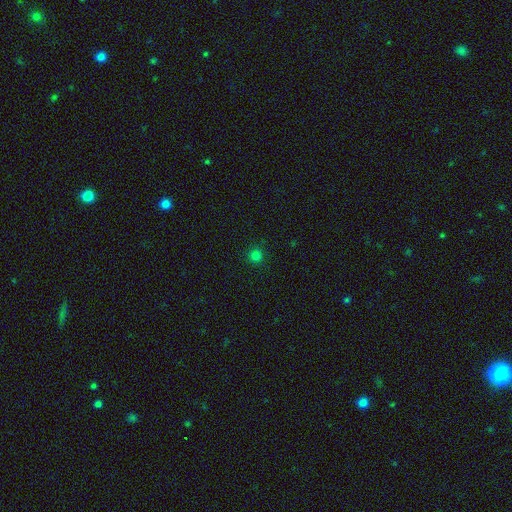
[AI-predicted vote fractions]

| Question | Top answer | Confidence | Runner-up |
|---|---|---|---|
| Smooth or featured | smooth | 78% | star or artifact (18%) |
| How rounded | round | 95% | in between (4%) |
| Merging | none | 91% | minor disturbance (6%) |